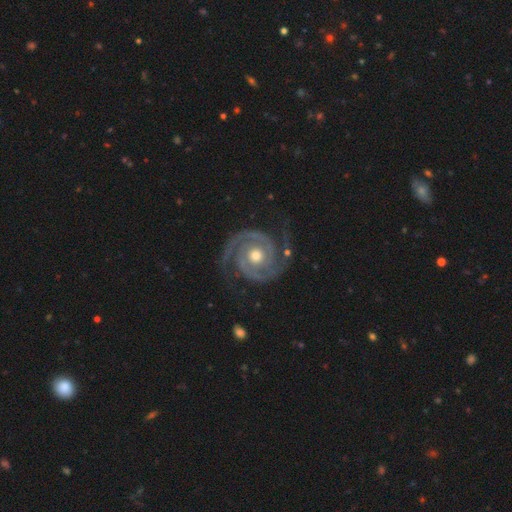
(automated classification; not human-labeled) This appears to be a featured or disk galaxy (94%) with no bar (75%), 2 (93%) tight (68%) spiral arms (99%) and a moderate central bulge (77%). Merging: none (80%).